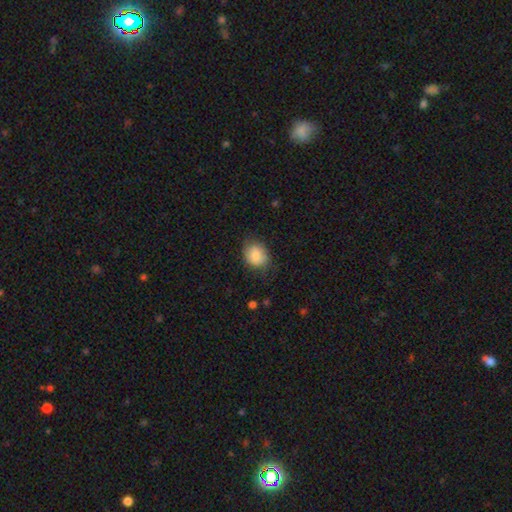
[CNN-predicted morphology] smooth 83%, featured or disk 10%, star or artifact 7%. Down the decision tree: how rounded — round (58%); merging — none (68%).